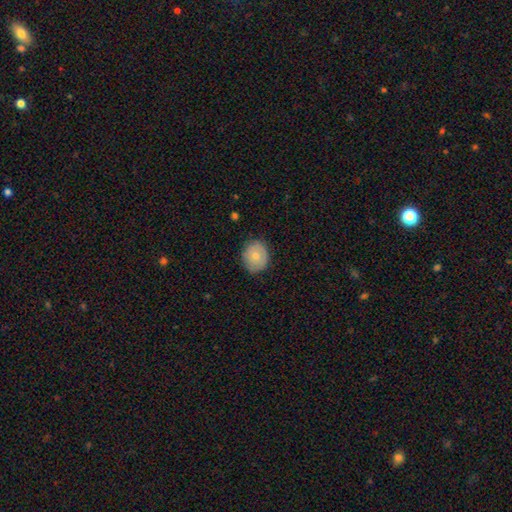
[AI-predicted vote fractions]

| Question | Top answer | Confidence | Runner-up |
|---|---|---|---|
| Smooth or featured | smooth | 73% | featured or disk (20%) |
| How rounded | round | 66% | in between (33%) |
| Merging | none | 81% | minor disturbance (15%) |